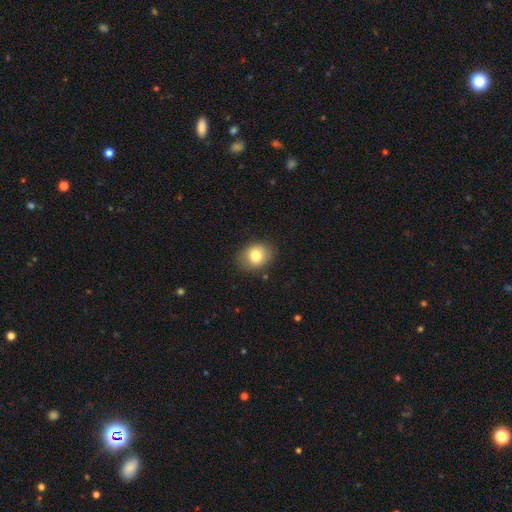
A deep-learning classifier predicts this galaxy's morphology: Smooth or featured? smooth (78%)
How rounded? round (55%)
Merging? none (84%)